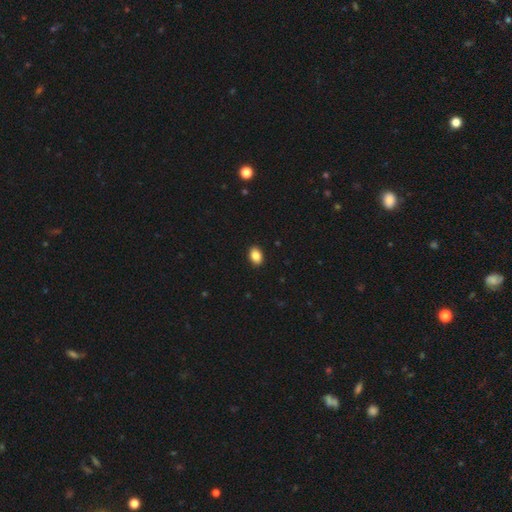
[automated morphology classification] This appears to be a smooth galaxy with no disk features (87%) that is in between round and cigar-shaped (80%). Merging: none (91%).